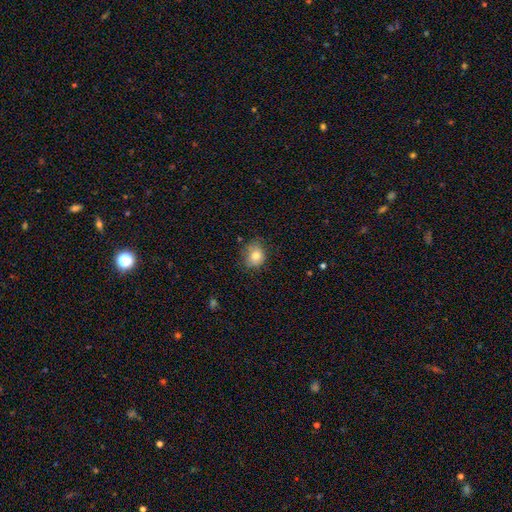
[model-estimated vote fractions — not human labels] Smooth or featured?
  - smooth: 81% *
  - star or artifact: 10%
  - featured or disk: 10%
How rounded?
  - round: 64% *
  - in between: 36%
  - cigar-shaped: 1%
Merging?
  - none: 69% *
  - minor disturbance: 23%
  - major disturbance: 6%
  - merger: 2%